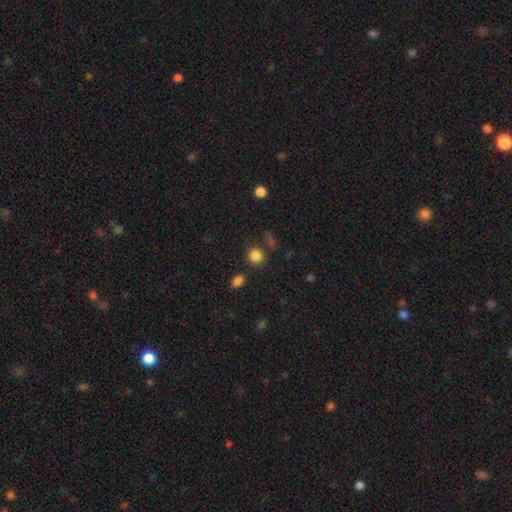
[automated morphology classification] This is clearly a smooth galaxy (84%). How rounded: clearly round (86%). Merging: likely none (79%).